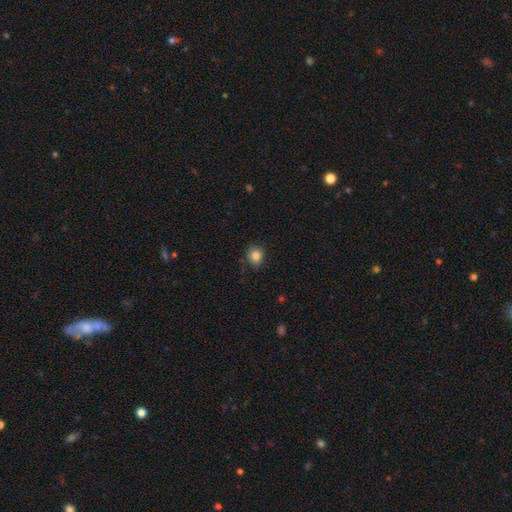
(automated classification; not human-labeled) A smooth galaxy with no disk features (84%) that is round (79%). Merging: none (76%).